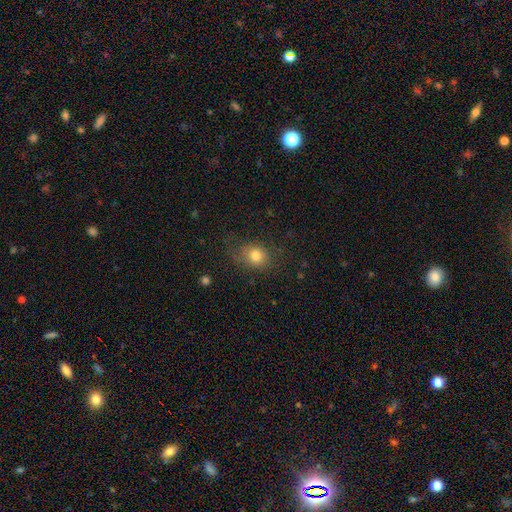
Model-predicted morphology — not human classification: Smooth or featured?
  - smooth: 79% *
  - star or artifact: 11%
  - featured or disk: 9%
How rounded?
  - round: 61% *
  - in between: 38%
  - cigar-shaped: 1%
Merging?
  - none: 69% *
  - minor disturbance: 19%
  - major disturbance: 10%
  - merger: 2%